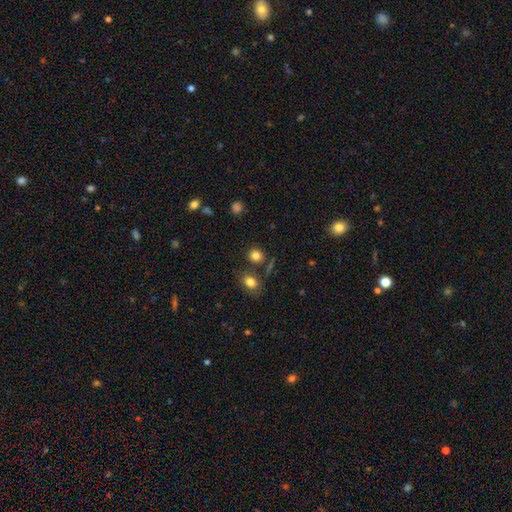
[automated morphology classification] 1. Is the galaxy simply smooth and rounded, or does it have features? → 82% smooth, 12% star or artifact, 7% featured or disk.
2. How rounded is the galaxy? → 81% round, 18% in between, 1% cigar-shaped.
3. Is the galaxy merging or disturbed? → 77% none, 10% merger, 9% minor disturbance, 3% major disturbance.